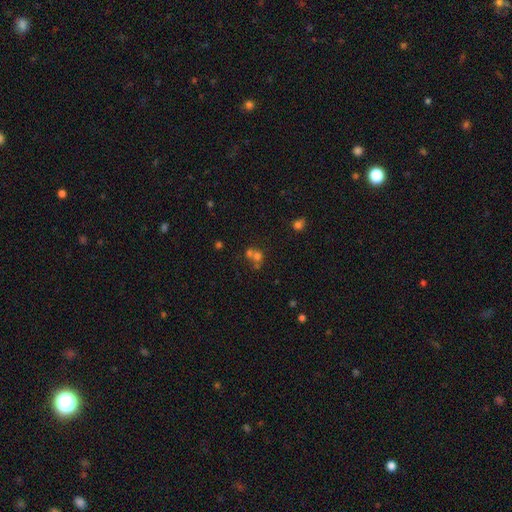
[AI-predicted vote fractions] Smooth or featured? smooth (62%)
How rounded? round (80%)
Merging? merger (52%)